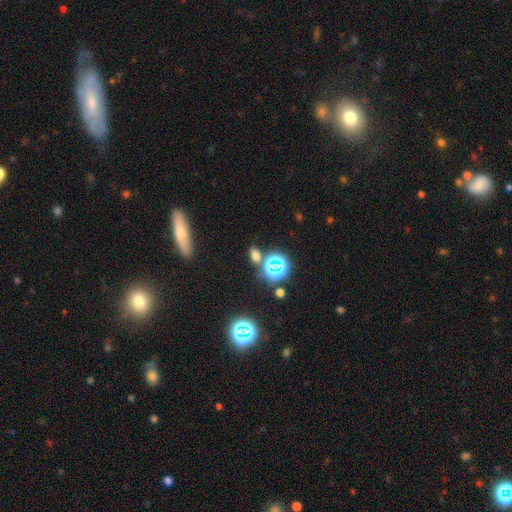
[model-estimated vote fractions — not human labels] This appears to be a smooth galaxy with no disk features (58%) that is in between round and cigar-shaped (71%). Merging: none (75%).